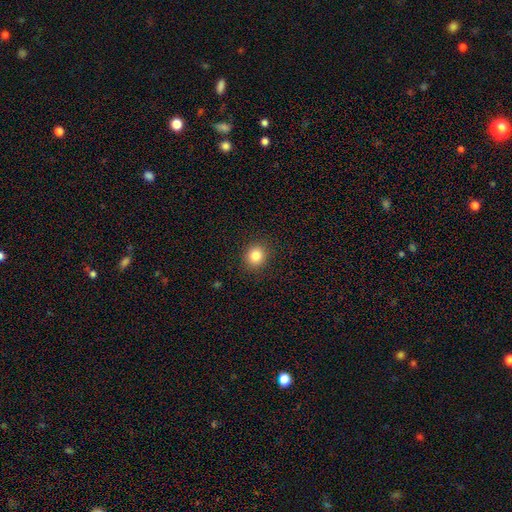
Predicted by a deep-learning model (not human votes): Morphology: type=smooth (83%); roundness=round (76%); merging=none (90%).